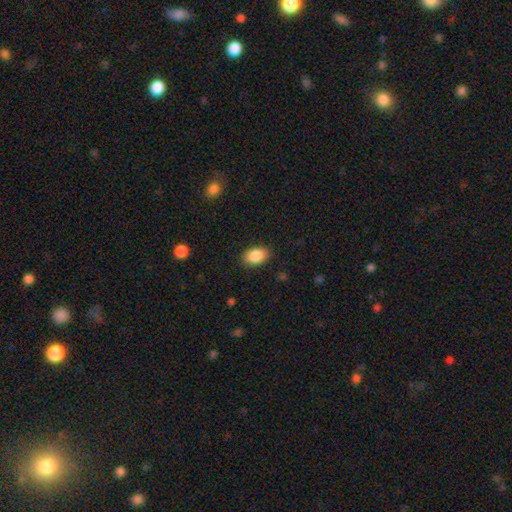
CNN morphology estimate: The model was most divided on "how rounded": in between: 88%, round: 11%, cigar-shaped: 1%. More confident: smooth or featured — smooth (88%); merging — none (87%).